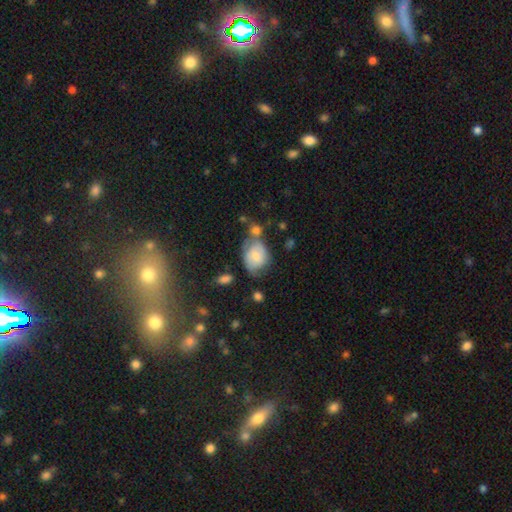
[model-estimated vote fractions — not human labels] Smooth or featured? smooth (68%)
How rounded? in between (60%)
Merging? none (39%)